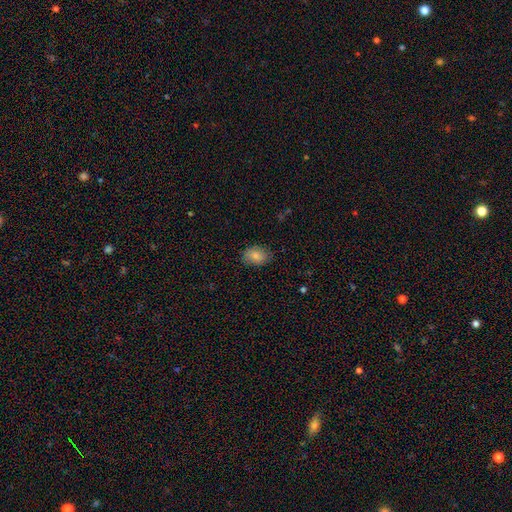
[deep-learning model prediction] smooth 84%, featured or disk 9%, star or artifact 8%. Down the decision tree: how rounded — in between (80%); merging — none (83%).